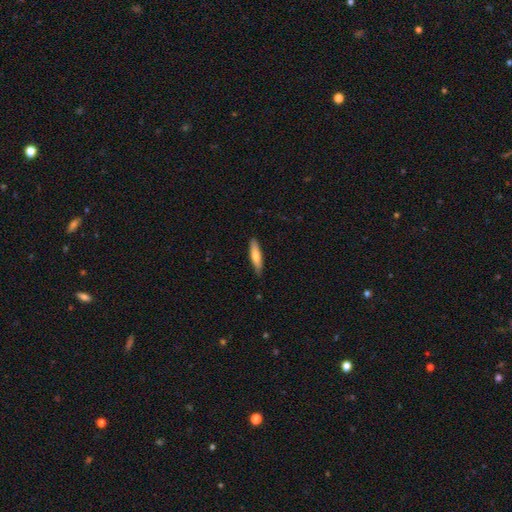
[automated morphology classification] The model was most divided on "smooth or featured": smooth: 70%, featured or disk: 24%, star or artifact: 5%. More confident: merging — none (85%); how rounded — cigar-shaped (78%).